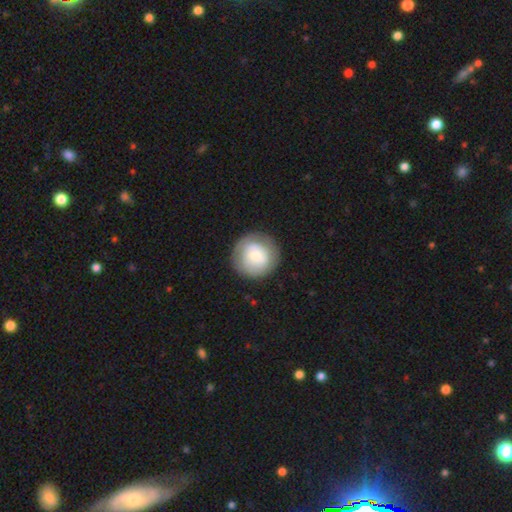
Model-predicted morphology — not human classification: Smooth or featured: smooth — 67% (featured or disk — 26%)
How rounded: round — 94% (in between — 5%)
Merging: none — 82% (minor disturbance — 12%)